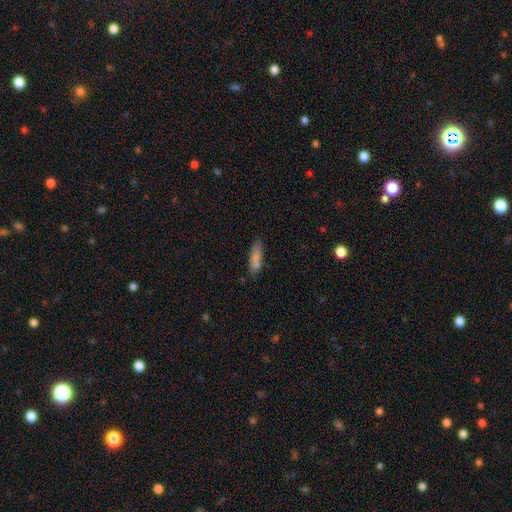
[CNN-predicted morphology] Q: Smooth or featured?
A: smooth (79%); runner-up: featured or disk (12%)
Q: How rounded?
A: cigar-shaped (75%); runner-up: in between (23%)
Q: Merging?
A: none (74%); runner-up: minor disturbance (16%)